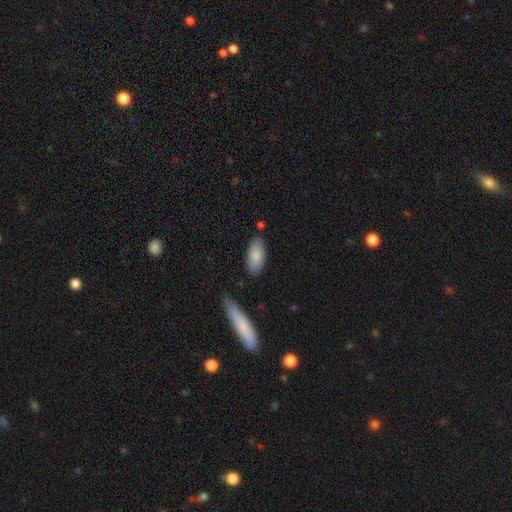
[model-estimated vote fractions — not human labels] Smooth or featured?
  - smooth: 83% *
  - featured or disk: 11%
  - star or artifact: 6%
How rounded?
  - in between: 90% *
  - cigar-shaped: 8%
  - round: 2%
Merging?
  - none: 79% *
  - minor disturbance: 14%
  - merger: 4%
  - major disturbance: 3%